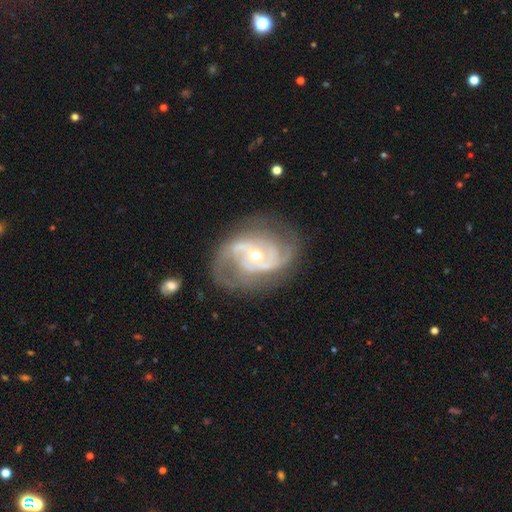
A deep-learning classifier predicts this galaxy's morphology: Smooth or featured? Predicted: featured or disk (p=0.89). Edge-on disk? Predicted: no (p=0.97). Bar? Predicted: no (p=0.57). Spiral arms? Predicted: yes (p=0.96). Spiral winding? Predicted: medium (p=0.48). Spiral arm count? Predicted: 2 (p=0.61). Bulge size? Predicted: small (p=0.57). Merging? Predicted: none (p=0.65).